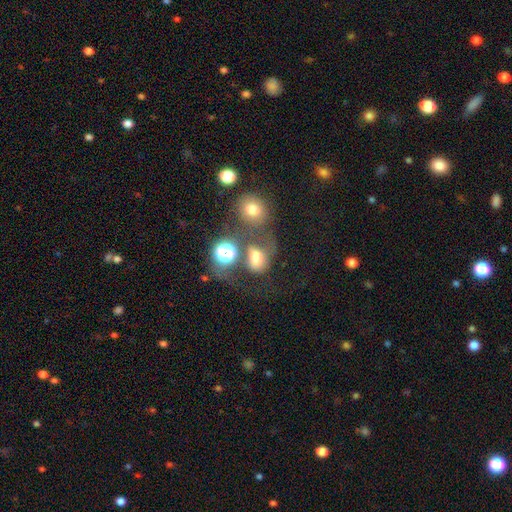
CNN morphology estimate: A smooth galaxy with no disk features (64%) that is in between round and cigar-shaped (52%).

Vote fractions:
- Smooth or featured? smooth: 64% / star or artifact: 20% / featured or disk: 16%
- How rounded? in between: 52% / round: 47% / cigar-shaped: 1%
- Merging? none: 33% / merger: 31% / major disturbance: 20% / minor disturbance: 15%